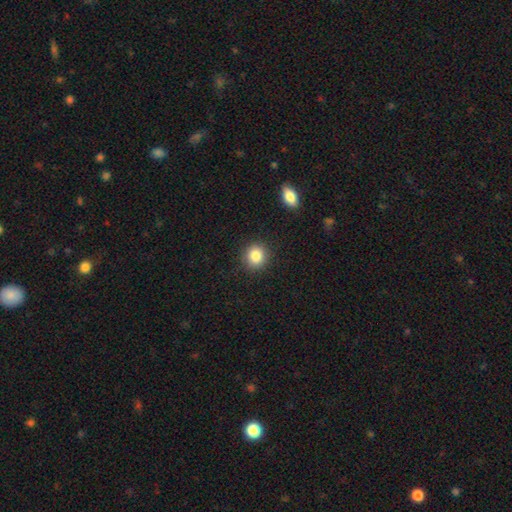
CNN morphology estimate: Q: Smooth or featured?
A: smooth (85%); runner-up: star or artifact (10%)
Q: How rounded?
A: round (85%); runner-up: in between (14%)
Q: Merging?
A: none (89%); runner-up: minor disturbance (7%)